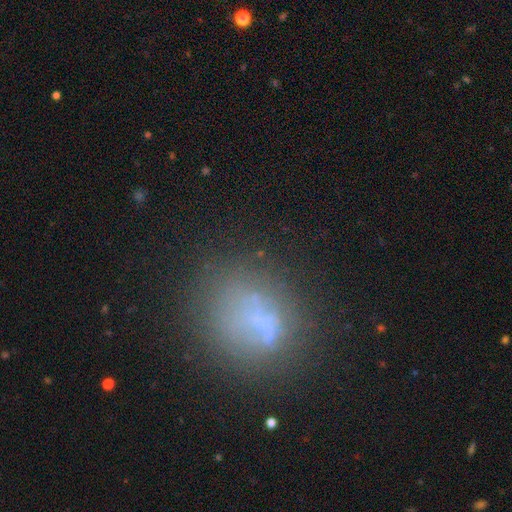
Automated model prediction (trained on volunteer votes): smooth-or-featured: smooth: 53% | featured or disk: 28% | star or artifact: 19%
  how-rounded: in between: 48% (tied) | round: 48% (tied) | cigar-shaped: 4%
  merging: none: 58% | minor disturbance: 20% | major disturbance: 14% | merger: 8%